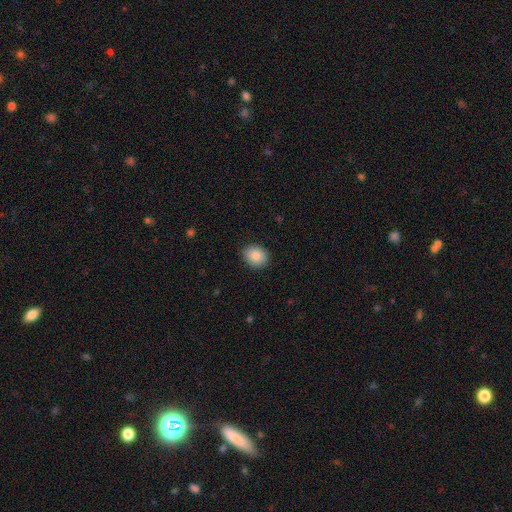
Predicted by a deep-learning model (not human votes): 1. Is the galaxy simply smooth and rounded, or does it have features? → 87% smooth, 8% star or artifact, 5% featured or disk.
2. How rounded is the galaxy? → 60% round, 40% in between, 1% cigar-shaped.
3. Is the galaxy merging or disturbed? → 89% none, 8% minor disturbance, 2% major disturbance, 1% merger.